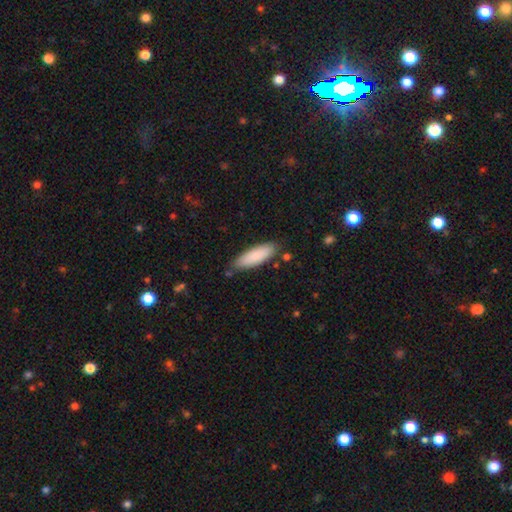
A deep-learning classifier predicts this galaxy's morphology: smooth-or-featured: smooth: 86% | featured or disk: 9% | star or artifact: 6%
  how-rounded: in between: 50% | cigar-shaped: 49% | round: 1%
  merging: none: 80% | minor disturbance: 14% | merger: 3% | major disturbance: 2%